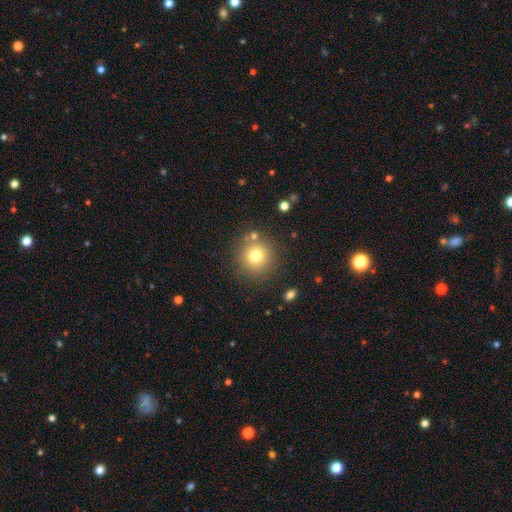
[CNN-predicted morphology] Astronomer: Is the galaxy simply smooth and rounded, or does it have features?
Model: smooth — 76%.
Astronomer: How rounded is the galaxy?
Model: round — 93%.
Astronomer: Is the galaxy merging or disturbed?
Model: none — 81%.